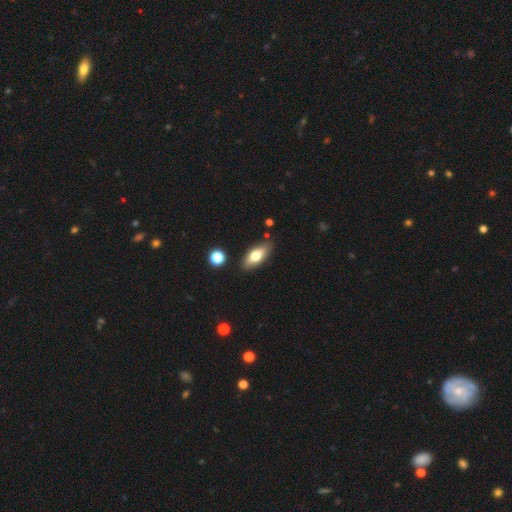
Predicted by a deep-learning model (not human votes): smooth-or-featured: smooth: 69% | featured or disk: 24% | star or artifact: 7%
  how-rounded: in between: 79% | cigar-shaped: 18% | round: 3%
  merging: none: 84% | minor disturbance: 11% | merger: 3% | major disturbance: 2%